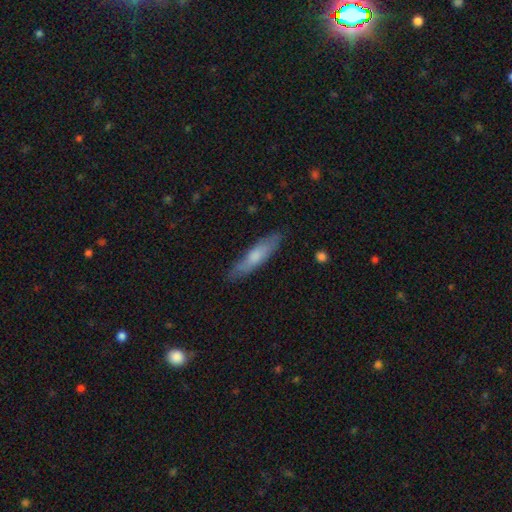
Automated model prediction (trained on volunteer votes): Overall: smooth (64%; featured or disk 30%). How rounded: cigar-shaped (77%). Merging: none (81%).